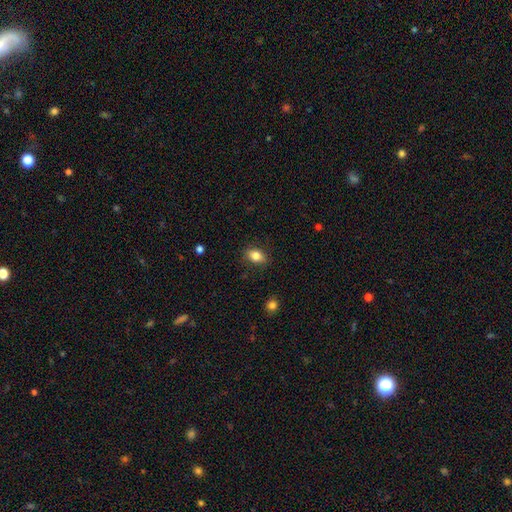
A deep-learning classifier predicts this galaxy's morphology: Q: Smooth or featured?
A: smooth (83%); runner-up: star or artifact (9%)
Q: How rounded?
A: in between (78%); runner-up: round (19%)
Q: Merging?
A: none (84%); runner-up: minor disturbance (12%)